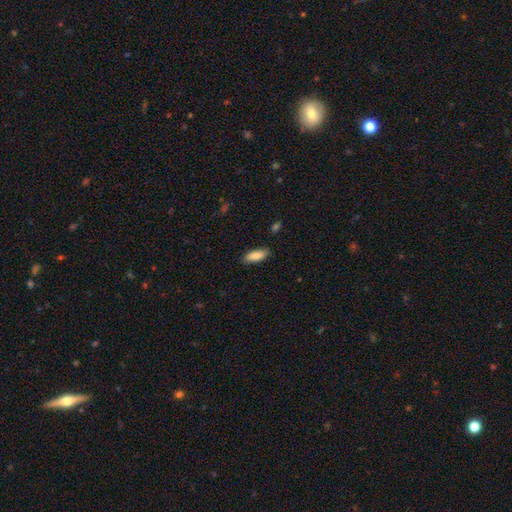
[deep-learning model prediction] Overall: smooth (85%). How rounded: in between (70%). Merging: none (86%).